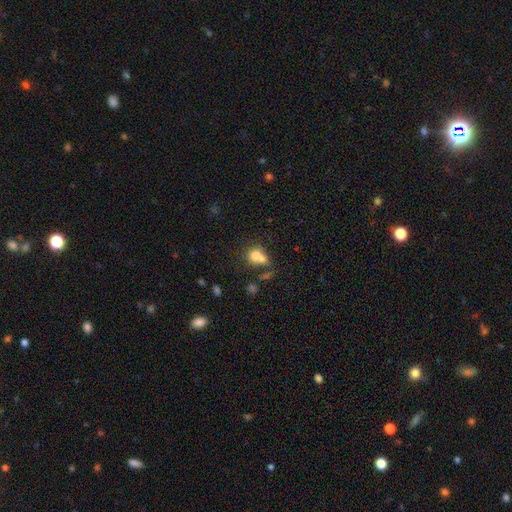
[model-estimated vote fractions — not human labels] The model was most divided on "merging": merger: 52%, none: 30%, minor disturbance: 11%, major disturbance: 7%. More confident: smooth or featured — smooth (73%); how rounded — round (62%).